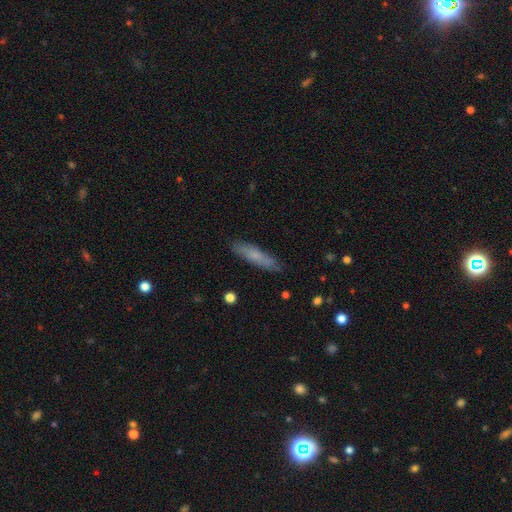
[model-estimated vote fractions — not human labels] Q: Smooth or featured?
A: smooth (68%); runner-up: featured or disk (26%)
Q: How rounded?
A: cigar-shaped (81%); runner-up: in between (17%)
Q: Merging?
A: none (85%); runner-up: minor disturbance (12%)